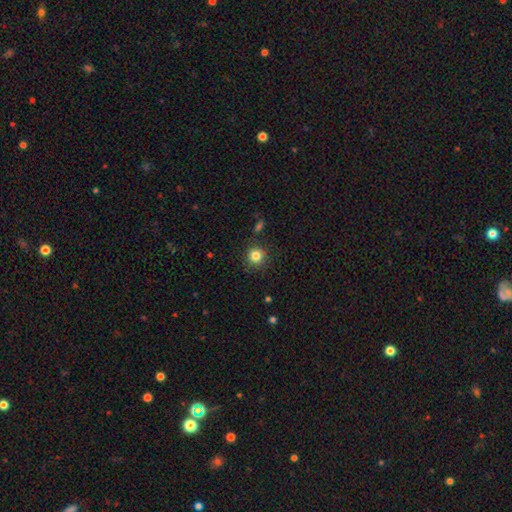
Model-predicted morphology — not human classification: smooth_or_featured: smooth (p=0.83) [alt: star or artifact p=0.12]
how_rounded: round (p=0.92) [alt: in between p=0.07]
merging: none (p=0.88) [alt: minor disturbance p=0.08]